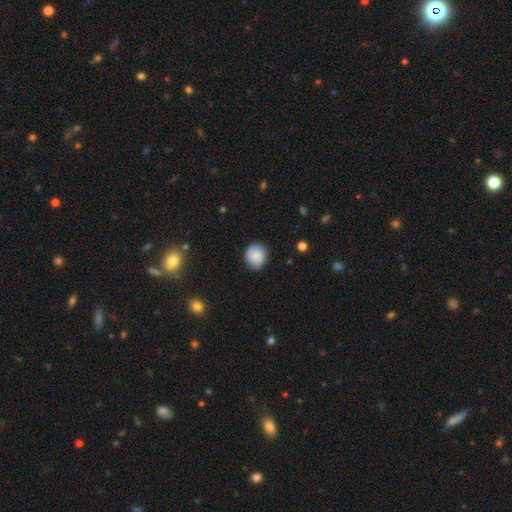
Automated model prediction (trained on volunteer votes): A smooth galaxy with no disk features (84%) that is round (81%). Merging: none (84%).